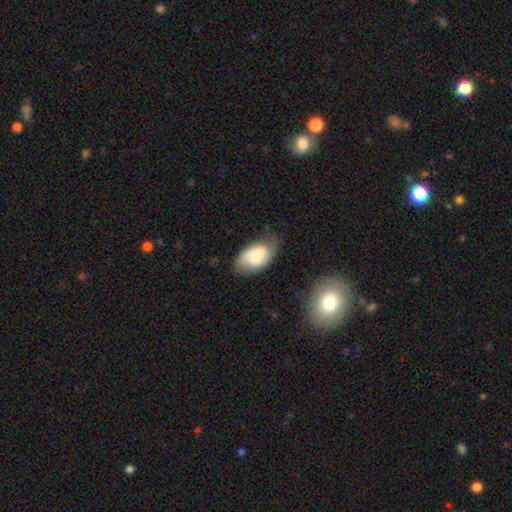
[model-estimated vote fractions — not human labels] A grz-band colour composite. It shows a smooth galaxy with no disk features (63%) that is in between round and cigar-shaped (92%). Merging: none (54%).